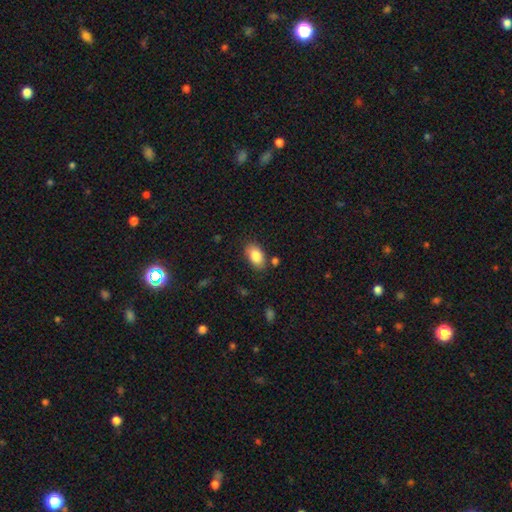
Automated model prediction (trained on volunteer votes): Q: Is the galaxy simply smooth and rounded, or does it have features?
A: smooth — 86%.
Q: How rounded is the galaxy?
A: in between — 92%.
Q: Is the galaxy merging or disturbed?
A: none — 81%.